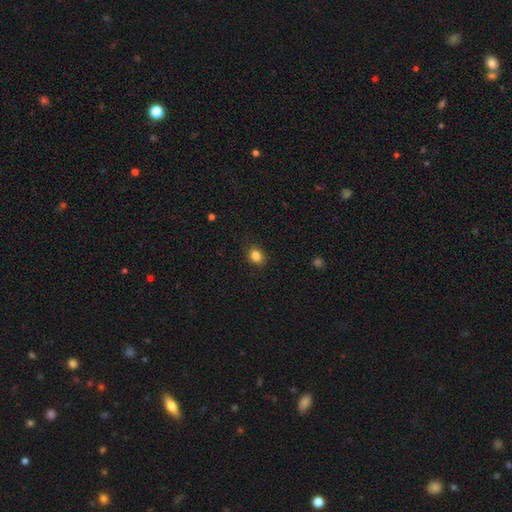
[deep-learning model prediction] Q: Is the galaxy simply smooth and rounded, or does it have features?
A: smooth — 84%.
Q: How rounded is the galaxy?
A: round — 61%.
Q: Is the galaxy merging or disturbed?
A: none — 89%.